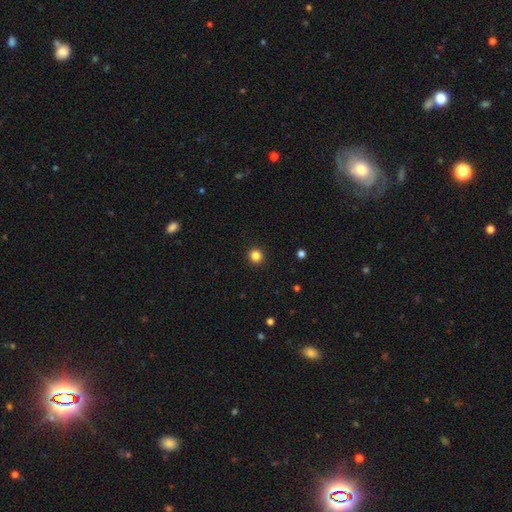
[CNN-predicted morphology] smooth 84%, star or artifact 12%, featured or disk 4%. Down the decision tree: how rounded — round (96%); merging — none (93%).